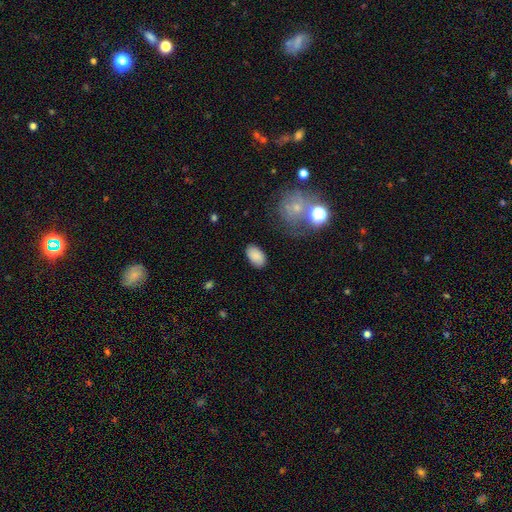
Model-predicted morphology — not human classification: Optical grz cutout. It shows a smooth galaxy with no disk features (86%) that is in between round and cigar-shaped (94%). Merging: none (83%).